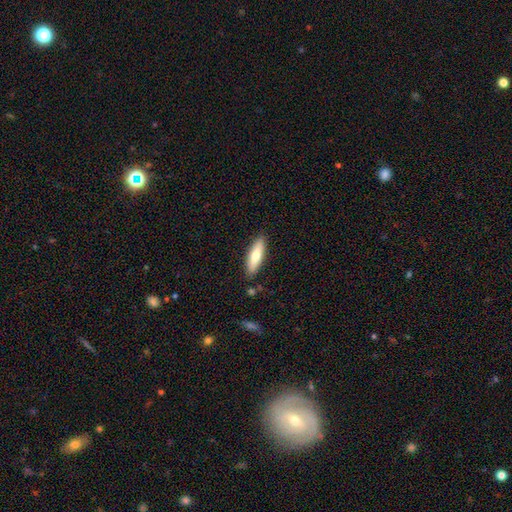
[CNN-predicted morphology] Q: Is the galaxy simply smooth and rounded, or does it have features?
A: smooth — 68%.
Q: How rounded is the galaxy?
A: cigar-shaped — 57%.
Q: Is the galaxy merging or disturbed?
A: none — 86%.